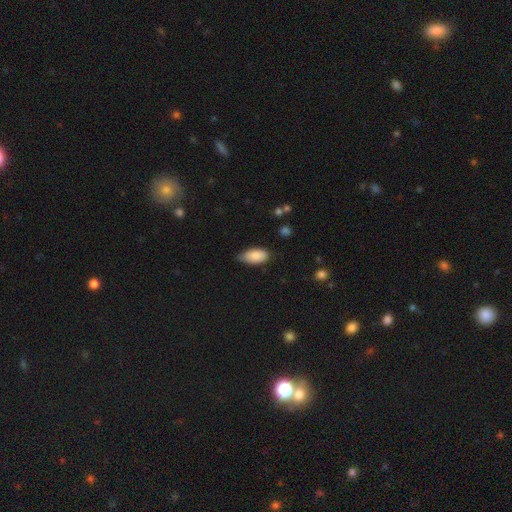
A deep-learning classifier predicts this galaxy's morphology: Smooth or featured? Predicted: smooth (p=0.87). How rounded? Predicted: in between (p=0.93). Merging? Predicted: none (p=0.65).